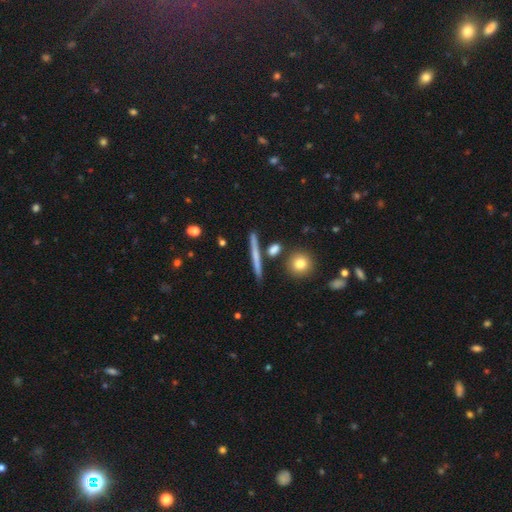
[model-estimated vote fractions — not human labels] This is possibly a smooth galaxy (48%). Merging: clearly none (87%).